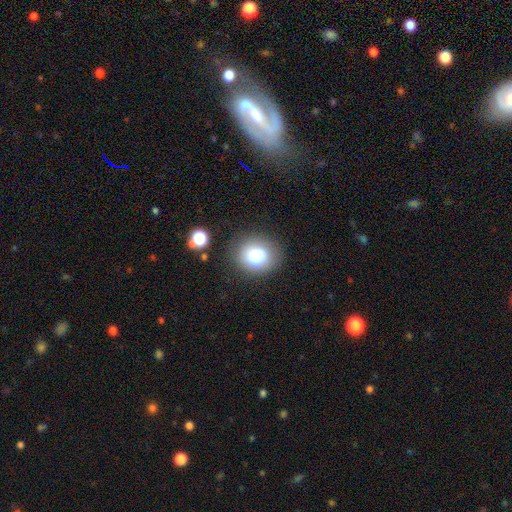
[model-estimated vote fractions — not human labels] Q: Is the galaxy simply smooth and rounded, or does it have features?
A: smooth — 82%.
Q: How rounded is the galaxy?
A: round — 71%.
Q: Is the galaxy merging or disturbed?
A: none — 81%.